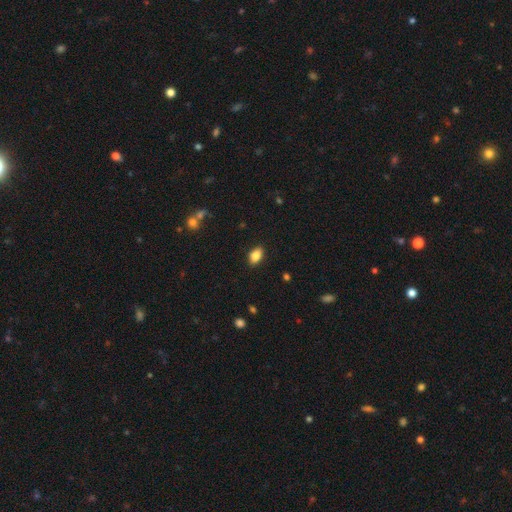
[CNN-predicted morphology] A smooth galaxy with no disk features (86%) that is in between round and cigar-shaped (89%). Merging: none (88%).